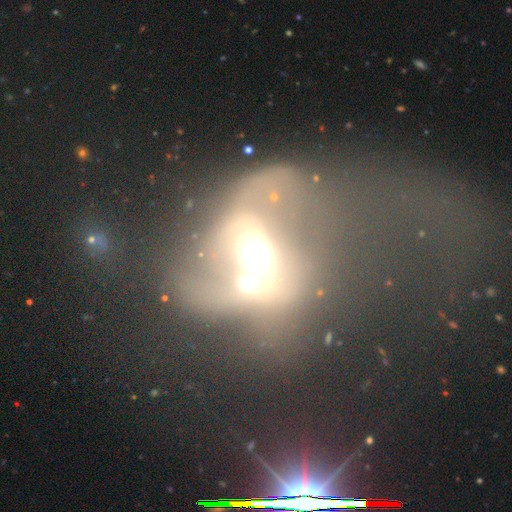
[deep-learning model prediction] Q: Smooth or featured?
A: featured or disk (54%); runner-up: smooth (30%)
Q: Edge-on disk?
A: no (95%); runner-up: yes (5%)
Q: Bar?
A: no (73%); runner-up: weak (18%)
Q: Spiral arms?
A: no (62%); runner-up: yes (38%)
Q: Bulge size?
A: moderate (48%); runner-up: large (31%)
Q: Merging?
A: merger (43%); runner-up: major disturbance (34%)